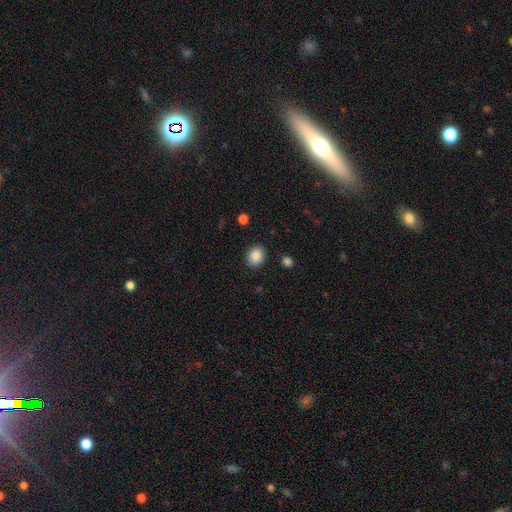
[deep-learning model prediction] The model was most divided on "how rounded": round: 60%, in between: 39%, cigar-shaped: 1%. More confident: smooth or featured — smooth (88%); merging — none (88%).